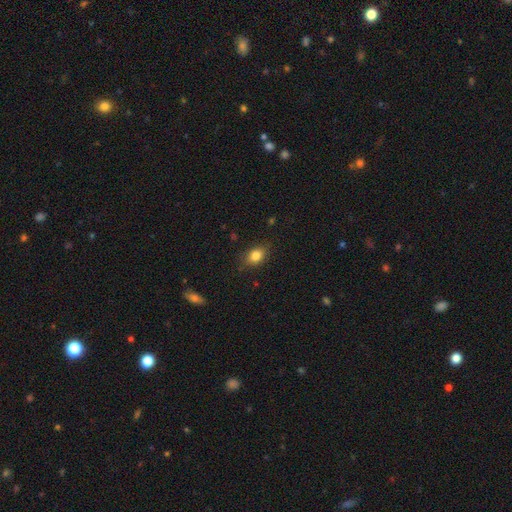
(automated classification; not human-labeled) A smooth galaxy with no disk features (83%) that is in between round and cigar-shaped (71%). Merging: none (82%).